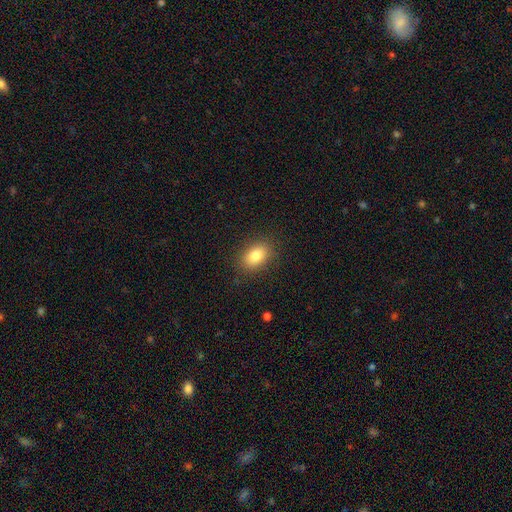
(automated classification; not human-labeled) This is clearly a smooth galaxy (83%). How rounded: clearly in between (83%). Merging: clearly none (87%).